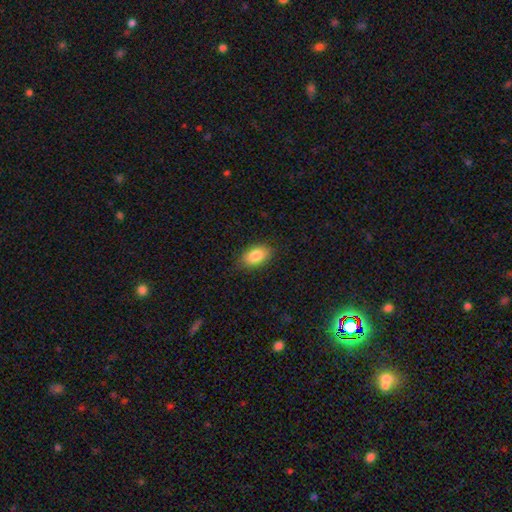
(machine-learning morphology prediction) type=smooth (85%); roundness=in between (92%); merging=none (84%).